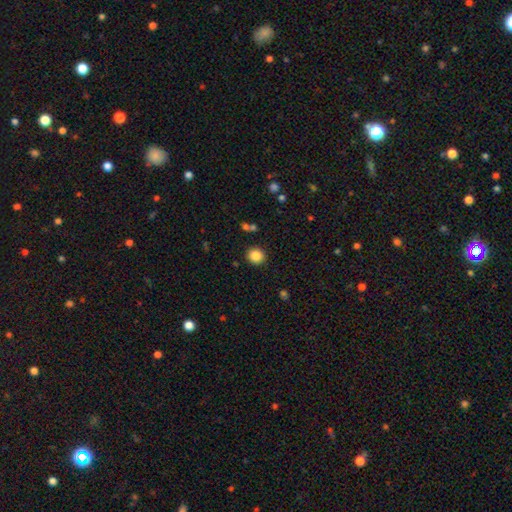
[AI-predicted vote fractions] This is clearly a smooth galaxy (85%). How rounded: clearly round (88%). Merging: clearly none (89%).